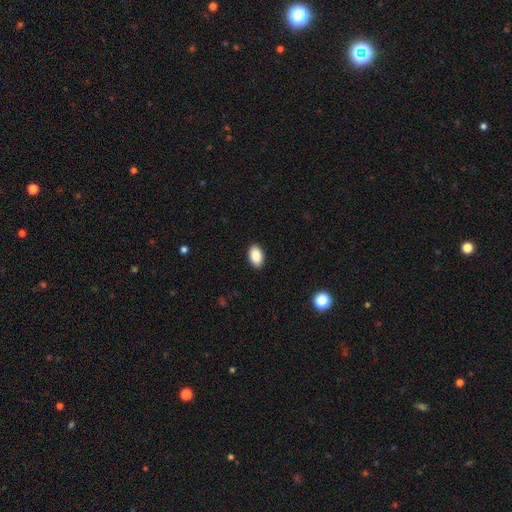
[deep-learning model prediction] Smooth or featured? smooth (89%)
How rounded? in between (92%)
Merging? none (91%)